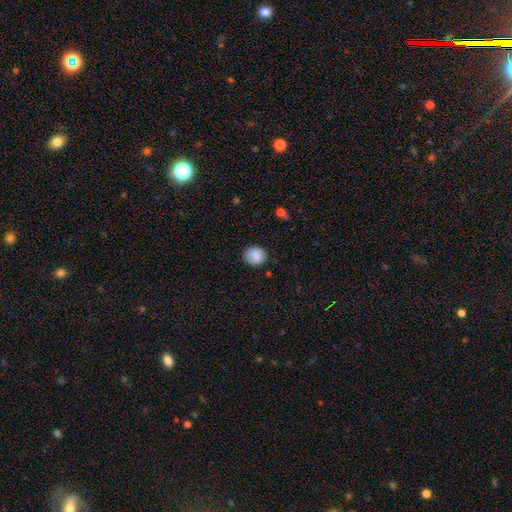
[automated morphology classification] smooth_or_featured: smooth (p=0.84) [alt: star or artifact p=0.08]
how_rounded: round (p=0.79) [alt: in between p=0.20]
merging: none (p=0.84) [alt: minor disturbance p=0.12]